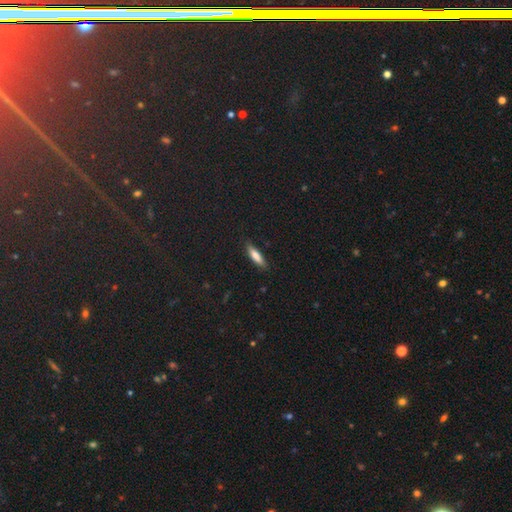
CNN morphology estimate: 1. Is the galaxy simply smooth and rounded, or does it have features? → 76% smooth, 17% featured or disk, 7% star or artifact.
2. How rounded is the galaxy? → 65% cigar-shaped, 33% in between, 2% round.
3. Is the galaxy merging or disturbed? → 86% none, 11% minor disturbance, 2% major disturbance, 1% merger.